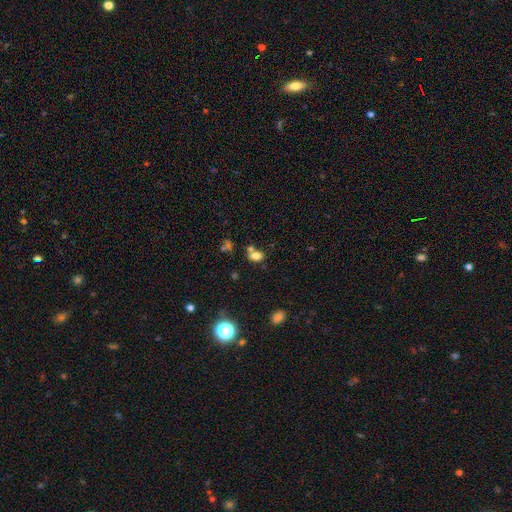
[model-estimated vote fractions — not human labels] This appears to be a smooth galaxy with no disk features (76%) that is in between round and cigar-shaped (75%). Merging: none (52%).